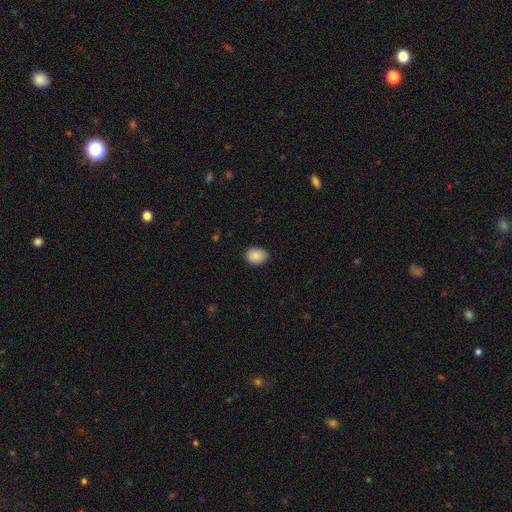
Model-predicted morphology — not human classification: Q: Smooth or featured?
A: smooth (90%); runner-up: star or artifact (7%)
Q: How rounded?
A: in between (66%); runner-up: round (34%)
Q: Merging?
A: none (86%); runner-up: minor disturbance (11%)